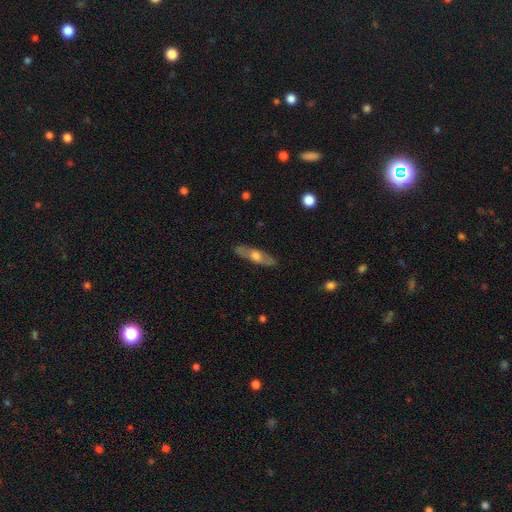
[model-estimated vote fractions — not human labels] Smooth or featured? Predicted: featured or disk (p=0.57). Edge-on disk? Predicted: yes (p=0.52). Merging? Predicted: none (p=0.86).